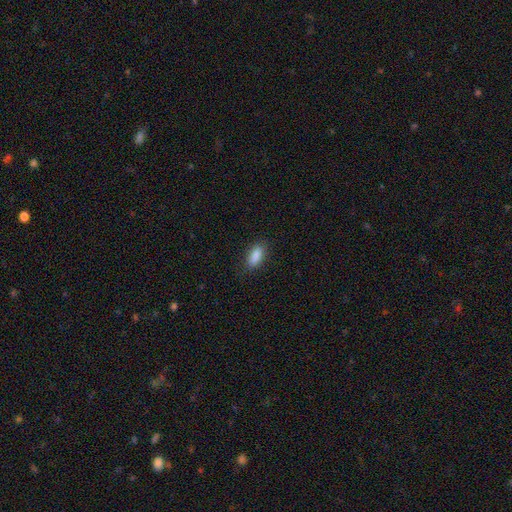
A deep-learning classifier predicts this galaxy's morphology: smooth 87%, star or artifact 8%, featured or disk 5%. Down the decision tree: how rounded — in between (76%); merging — none (84%).